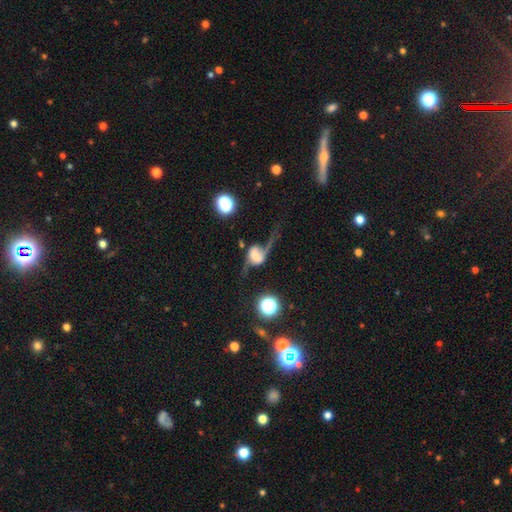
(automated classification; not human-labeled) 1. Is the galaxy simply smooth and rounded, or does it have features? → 73% featured or disk, 18% smooth, 9% star or artifact.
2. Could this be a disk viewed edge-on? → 92% no, 8% yes.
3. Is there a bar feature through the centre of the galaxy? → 48% no, 34% weak, 18% strong.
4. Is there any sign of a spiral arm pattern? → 88% yes, 12% no.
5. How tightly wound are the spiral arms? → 86% loose, 11% medium, 3% tight.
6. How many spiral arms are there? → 86% 2, 9% 1, 3% can't tell, 1% 3, 1% 4, 1% more than 4.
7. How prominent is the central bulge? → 33% moderate, 25% small, 23% large, 12% dominant, 8% none.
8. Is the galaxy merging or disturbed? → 41% none, 34% major disturbance, 19% minor disturbance, 7% merger.